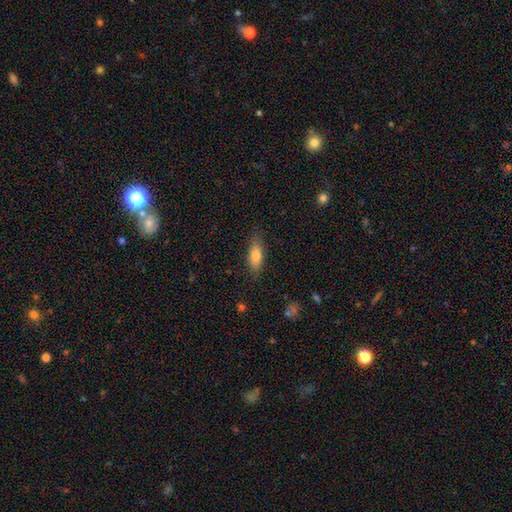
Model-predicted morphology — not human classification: Q: Smooth or featured?
A: smooth (76%); runner-up: featured or disk (17%)
Q: How rounded?
A: in between (72%); runner-up: cigar-shaped (25%)
Q: Merging?
A: none (82%); runner-up: minor disturbance (14%)